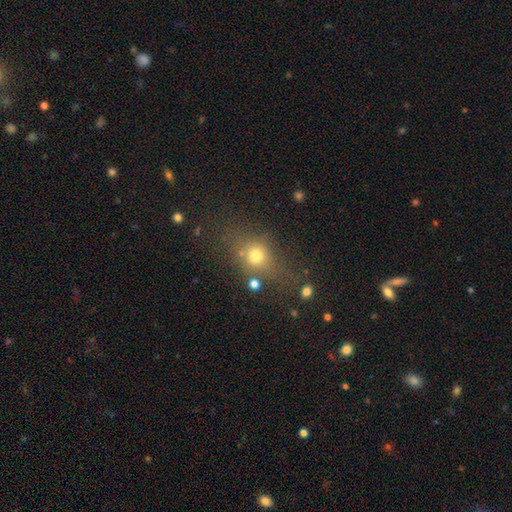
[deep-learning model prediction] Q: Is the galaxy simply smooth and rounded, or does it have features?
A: smooth — 68%.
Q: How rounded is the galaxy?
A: round — 57%.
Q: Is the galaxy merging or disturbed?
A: none — 62%.